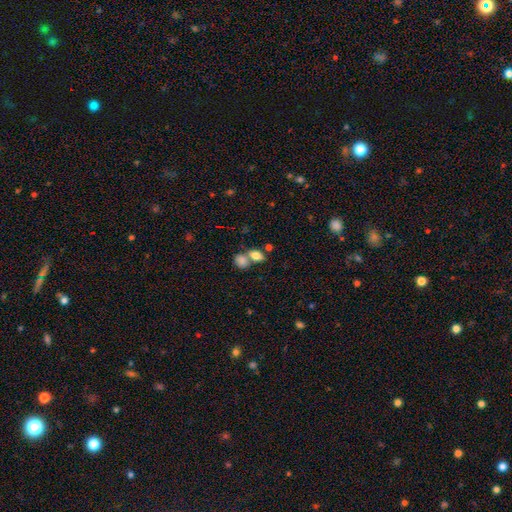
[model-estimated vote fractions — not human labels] The model was most divided on "merging": merger: 46%, none: 40%, minor disturbance: 10%, major disturbance: 4%. More confident: how rounded — in between (82%); smooth or featured — smooth (80%).